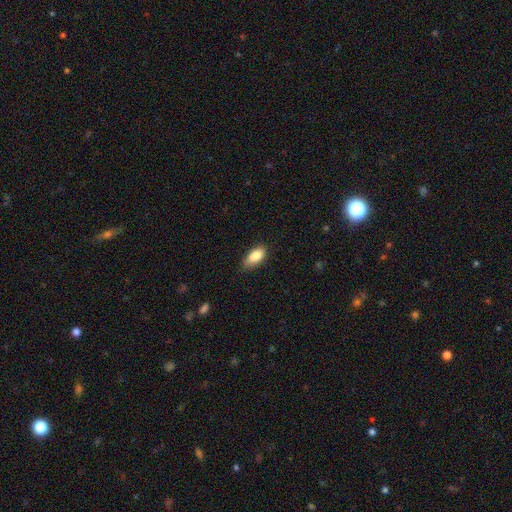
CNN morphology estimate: Smooth or featured: smooth — 85% (featured or disk — 8%)
How rounded: in between — 88% (cigar-shaped — 9%)
Merging: none — 67% (minor disturbance — 27%)